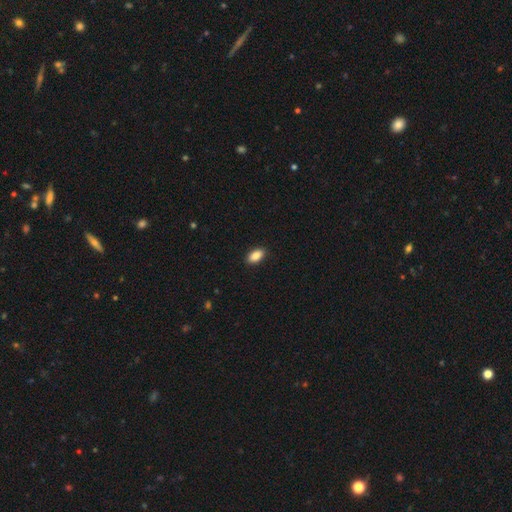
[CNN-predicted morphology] Smooth or featured: smooth — 88% (star or artifact — 7%)
How rounded: in between — 93% (round — 4%)
Merging: none — 90% (minor disturbance — 8%)